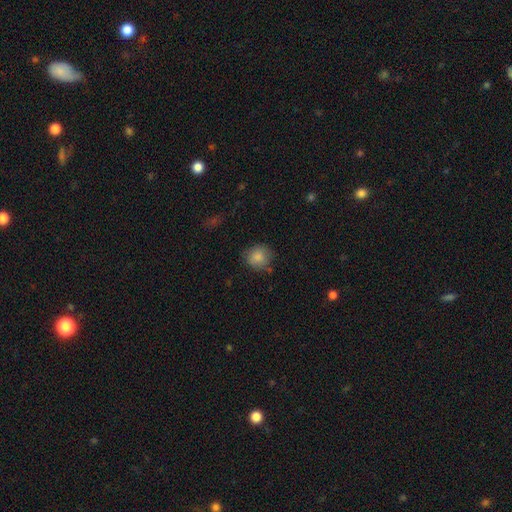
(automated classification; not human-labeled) smooth-or-featured: smooth: 77% | star or artifact: 15% | featured or disk: 8%
  how-rounded: round: 88% | in between: 11% | cigar-shaped: 1%
  merging: none: 82% | minor disturbance: 13% | major disturbance: 3% | merger: 2%